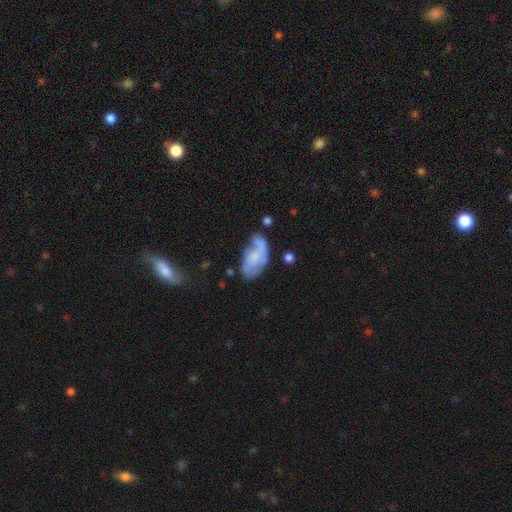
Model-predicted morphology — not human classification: Smooth or featured?
  - featured or disk: 47% *
  - smooth: 44%
  - star or artifact: 8%
Merging?
  - none: 38% *
  - minor disturbance: 29%
  - major disturbance: 22%
  - merger: 11%